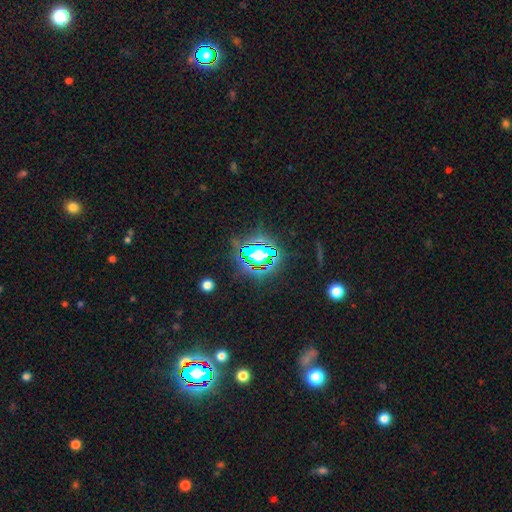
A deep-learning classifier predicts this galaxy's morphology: Smooth or featured?
  - star or artifact: 81% *
  - smooth: 11%
  - featured or disk: 7%